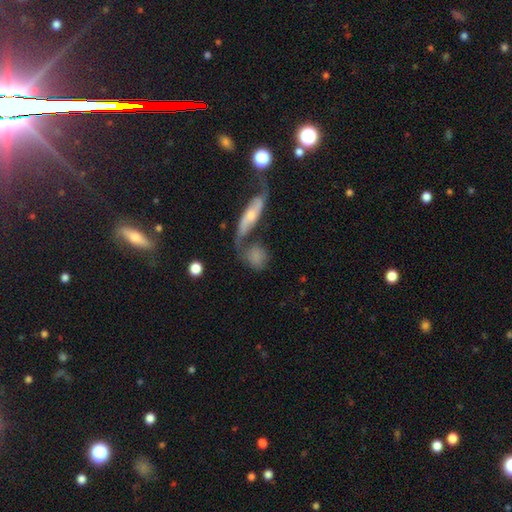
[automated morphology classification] type=smooth (69%); roundness=round (47%); merging=none (40%).